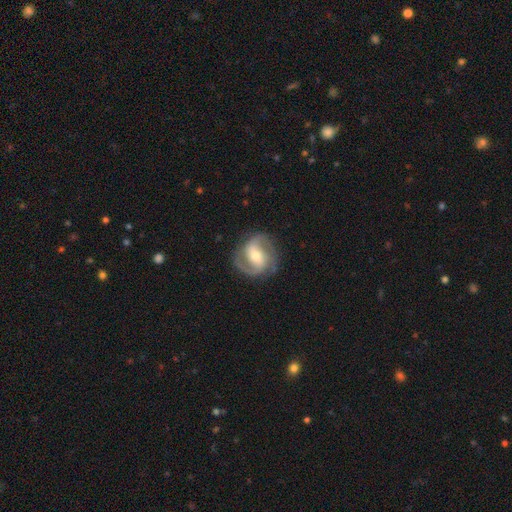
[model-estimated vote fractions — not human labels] Q: Smooth or featured?
A: featured or disk (86%); runner-up: smooth (9%)
Q: Edge-on disk?
A: no (97%); runner-up: yes (3%)
Q: Bar?
A: weak (44%); runner-up: strong (32%)
Q: Spiral arms?
A: yes (96%); runner-up: no (4%)
Q: Spiral winding?
A: medium (51%); runner-up: tight (32%)
Q: Spiral arm count?
A: 2 (76%); runner-up: 3 (11%)
Q: Bulge size?
A: moderate (59%); runner-up: small (35%)
Q: Merging?
A: none (79%); runner-up: minor disturbance (14%)